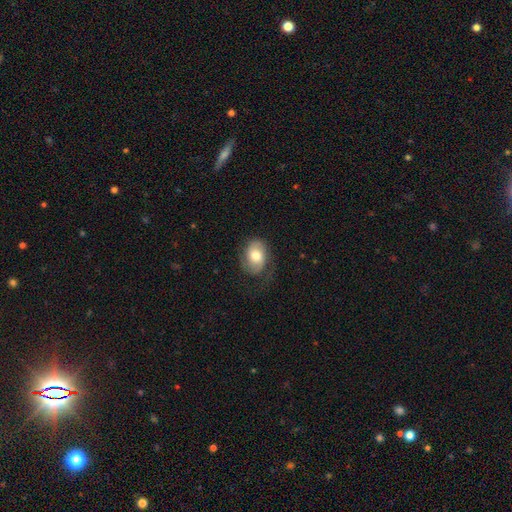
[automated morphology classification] A smooth galaxy with no disk features (56%) that is in between round and cigar-shaped (70%). Merging: none (57%).